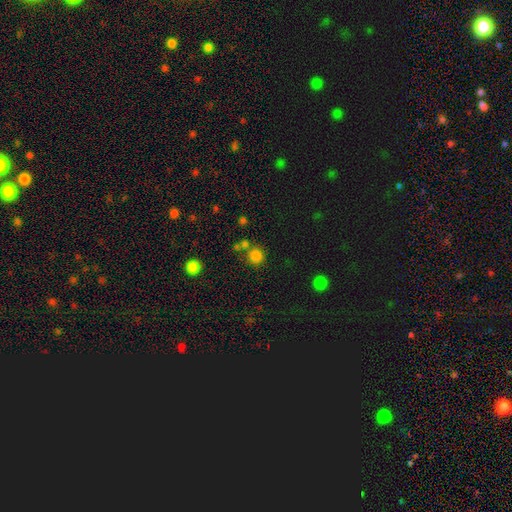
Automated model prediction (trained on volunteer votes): A smooth galaxy with no disk features (79%) that is round (91%).

Vote fractions:
- Smooth or featured? smooth: 79% / star or artifact: 16% / featured or disk: 5%
- How rounded? round: 91% / in between: 8% / cigar-shaped: 1%
- Merging? none: 70% / merger: 16% / minor disturbance: 10% / major disturbance: 4%